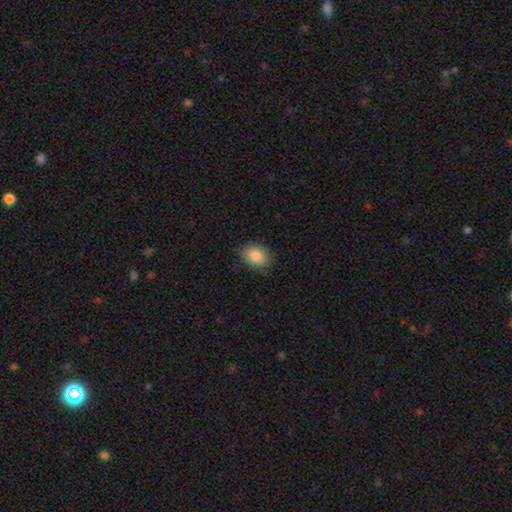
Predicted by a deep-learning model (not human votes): Smooth or featured? smooth (87%)
How rounded? in between (70%)
Merging? none (83%)